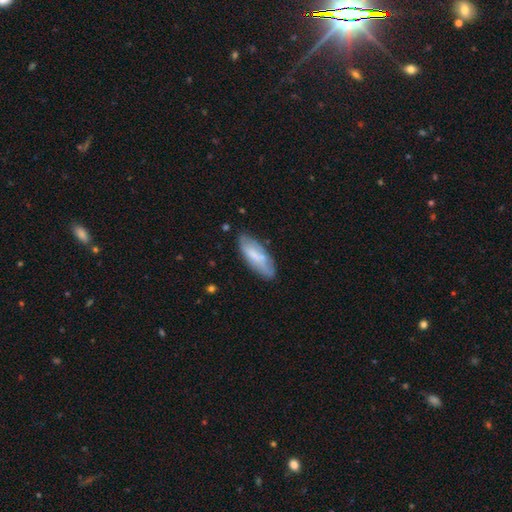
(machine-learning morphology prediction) Smooth or featured?
  - smooth: 63% *
  - featured or disk: 30%
  - star or artifact: 7%
How rounded?
  - in between: 71% *
  - cigar-shaped: 27%
  - round: 2%
Merging?
  - none: 68% *
  - minor disturbance: 23%
  - major disturbance: 6%
  - merger: 3%